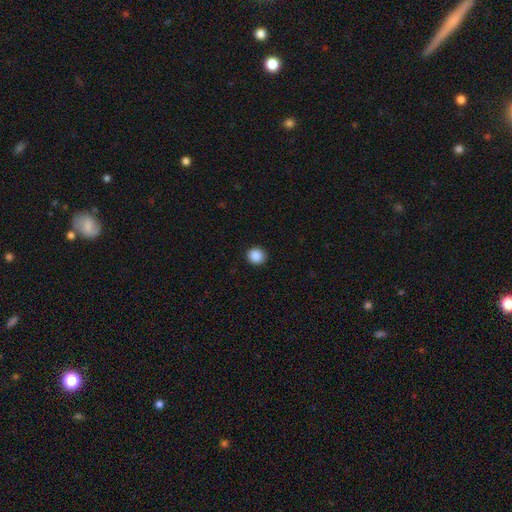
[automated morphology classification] Overall: smooth (89%). How rounded: round (92%). Merging: none (93%).